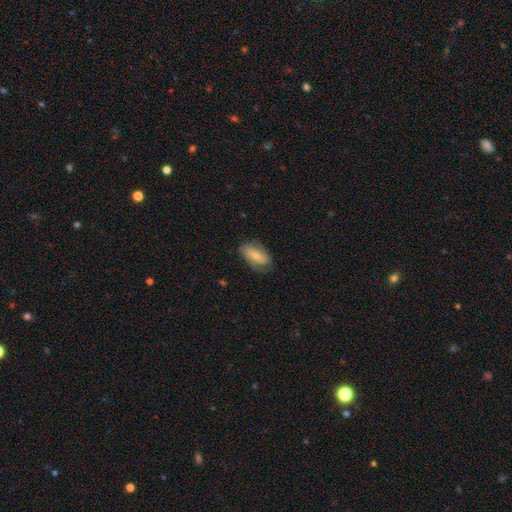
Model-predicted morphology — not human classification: smooth 52%, featured or disk 41%, star or artifact 7%. Down the decision tree: how rounded — in between (89%); merging — none (70%).